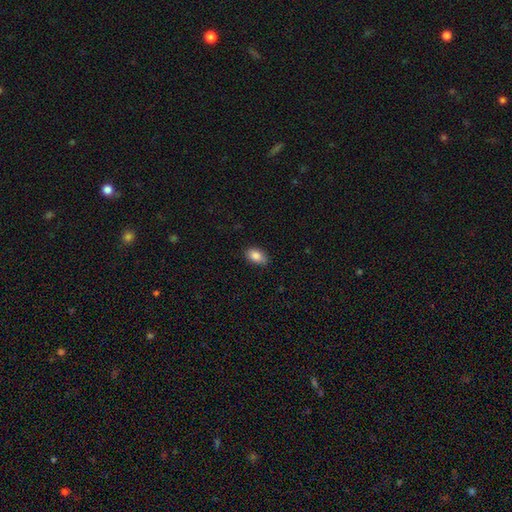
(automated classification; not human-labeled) Overall: smooth (86%). How rounded: in between (88%). Merging: none (81%).